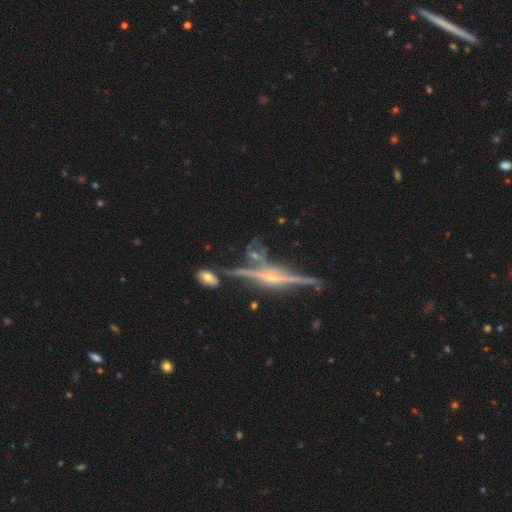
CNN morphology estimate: Smooth or featured: featured or disk — 82% (star or artifact — 10%)
Edge-on disk: yes — 95% (no — 5%)
Edge-on bulge: rounded — 67% (none — 21%)
Merging: none — 68% (minor disturbance — 15%)